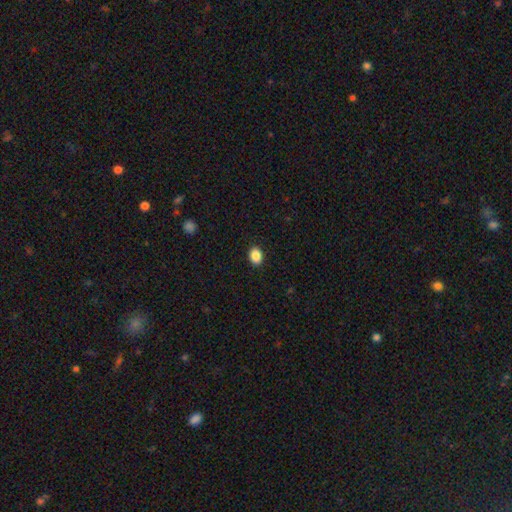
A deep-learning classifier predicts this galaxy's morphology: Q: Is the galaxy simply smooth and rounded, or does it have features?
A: smooth — 88%.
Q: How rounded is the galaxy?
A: in between — 70%.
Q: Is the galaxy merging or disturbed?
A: none — 90%.